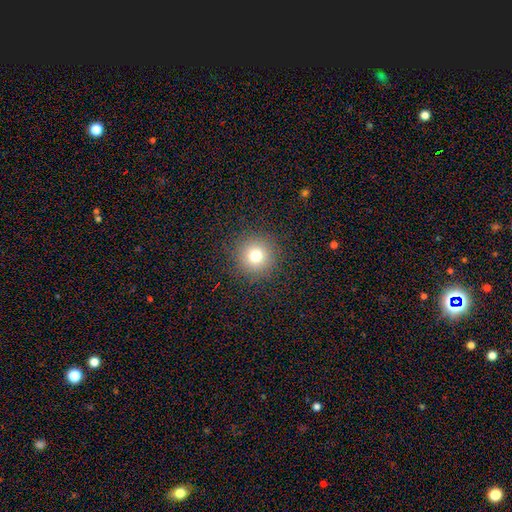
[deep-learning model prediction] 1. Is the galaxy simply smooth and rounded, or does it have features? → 76% smooth, 15% star or artifact, 10% featured or disk.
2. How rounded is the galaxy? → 95% round, 4% in between, 1% cigar-shaped.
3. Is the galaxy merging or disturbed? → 91% none, 6% minor disturbance, 3% major disturbance, 1% merger.